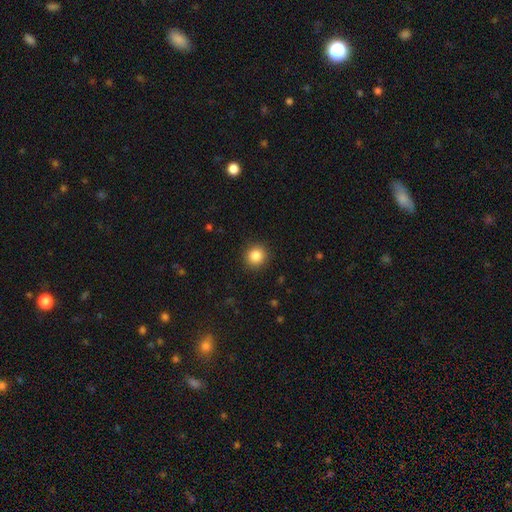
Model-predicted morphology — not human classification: A smooth galaxy with no disk features (86%) that is round (91%).

Vote fractions:
- Smooth or featured? smooth: 86% / star or artifact: 10% / featured or disk: 4%
- How rounded? round: 91% / in between: 8% / cigar-shaped: 1%
- Merging? none: 91% / minor disturbance: 6% / major disturbance: 2% / merger: 1%